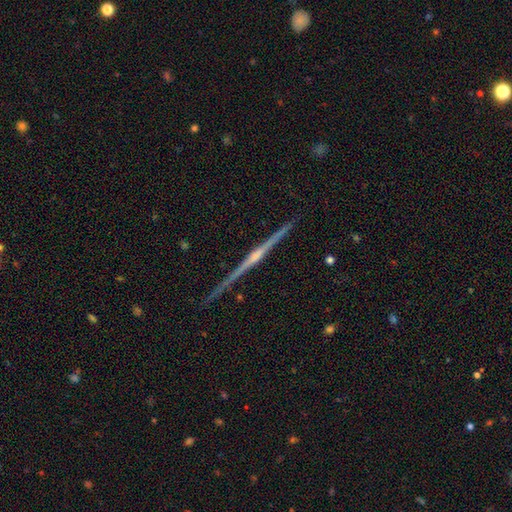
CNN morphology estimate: Smooth or featured? featured or disk (87%)
Edge-on disk? yes (99%)
Edge-on bulge? rounded (77%)
Merging? none (91%)